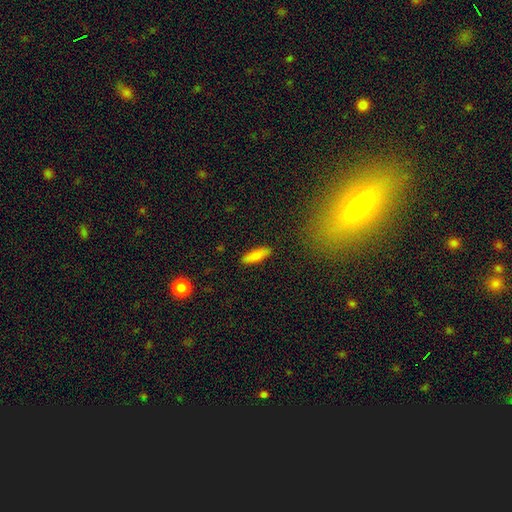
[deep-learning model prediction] Smooth or featured? Predicted: smooth (p=0.84). How rounded? Predicted: in between (p=0.50). Merging? Predicted: none (p=0.89).